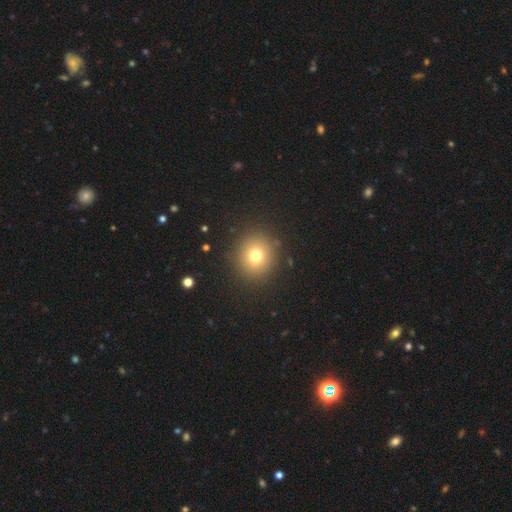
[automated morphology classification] A smooth galaxy with no disk features (74%) that is round (88%).

Vote fractions:
- Smooth or featured? smooth: 74% / star or artifact: 15% / featured or disk: 11%
- How rounded? round: 88% / in between: 11% / cigar-shaped: 1%
- Merging? none: 89% / minor disturbance: 7% / major disturbance: 3% / merger: 1%